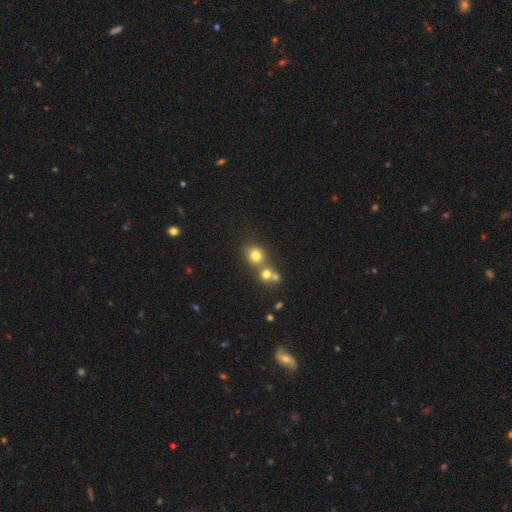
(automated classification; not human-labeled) The model was most divided on "merging": none: 53%, merger: 34%, minor disturbance: 9%, major disturbance: 4%. More confident: how rounded — round (83%); smooth or featured — smooth (75%).